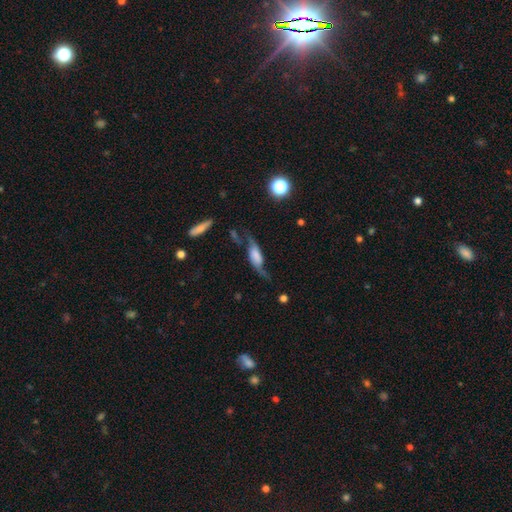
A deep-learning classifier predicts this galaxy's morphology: A featured or disk galaxy (64%).

Vote fractions:
- Smooth or featured? featured or disk: 64% / smooth: 28% / star or artifact: 9%
- Edge-on disk? no: 72% / yes: 28%
- Merging? none: 48% / minor disturbance: 24% / major disturbance: 23% / merger: 5%